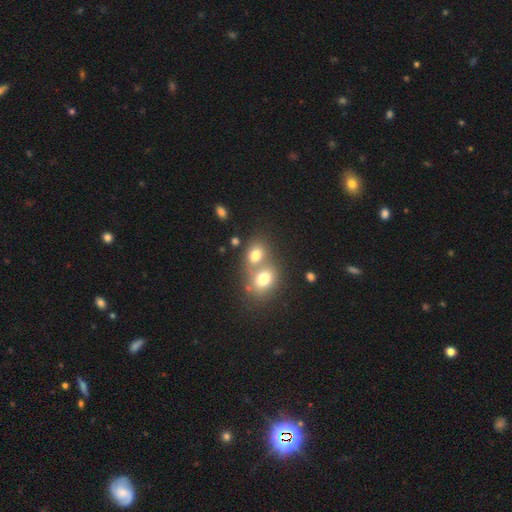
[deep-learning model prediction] A smooth galaxy with no disk features (73%) that is round (52%). Merging: merger (62%).